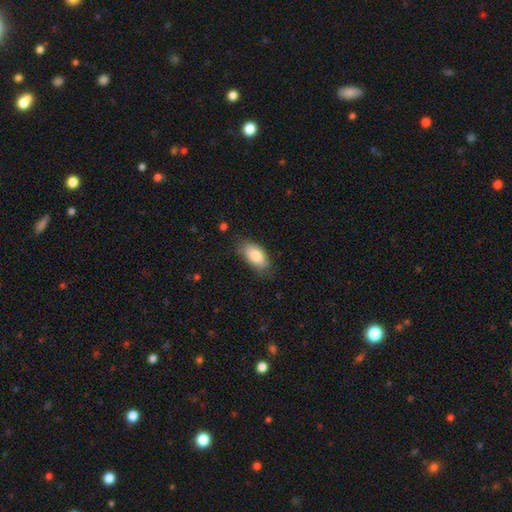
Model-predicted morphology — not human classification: A smooth galaxy with no disk features (81%) that is in between round and cigar-shaped (91%). Merging: none (76%).